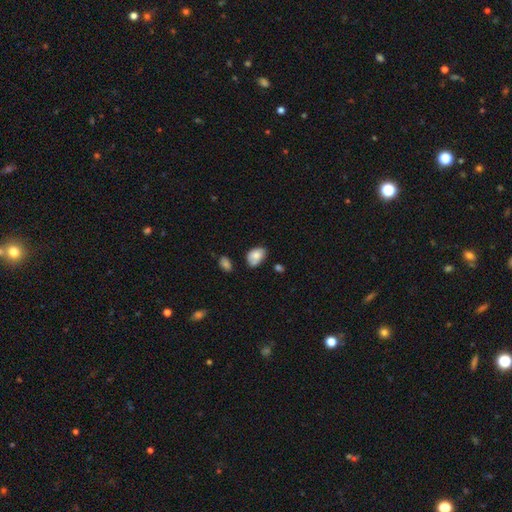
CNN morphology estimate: This is likely a smooth galaxy (77%). How rounded: clearly in between (87%). Merging: possibly none (53%).